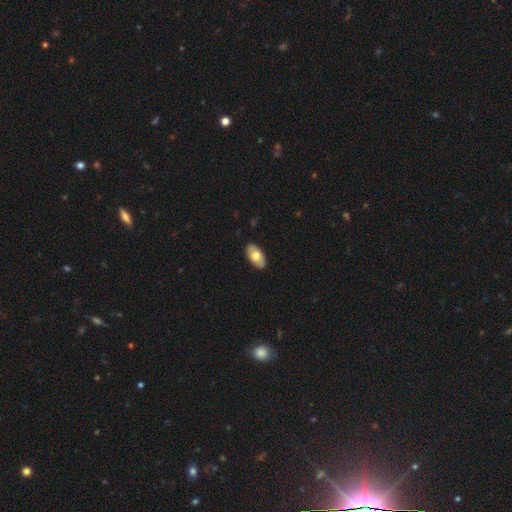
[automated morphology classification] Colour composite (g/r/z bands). It shows a smooth galaxy with no disk features (70%) that is in between round and cigar-shaped (95%). Merging: none (89%).